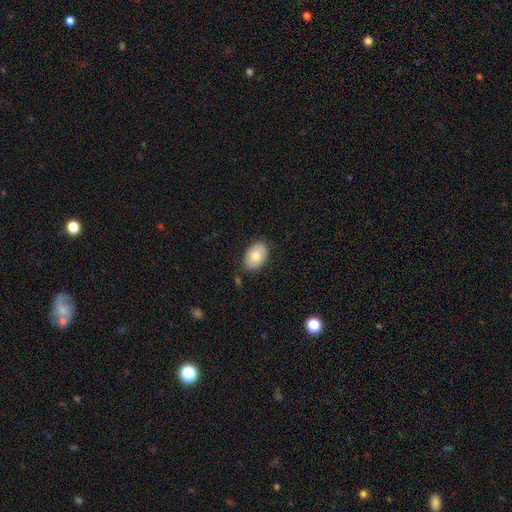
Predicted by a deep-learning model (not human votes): A smooth galaxy with no disk features (75%) that is in between round and cigar-shaped (85%).

Vote fractions:
- Smooth or featured? smooth: 75% / featured or disk: 18% / star or artifact: 7%
- How rounded? in between: 85% / round: 14% / cigar-shaped: 1%
- Merging? none: 84% / minor disturbance: 12% / major disturbance: 2% / merger: 2%